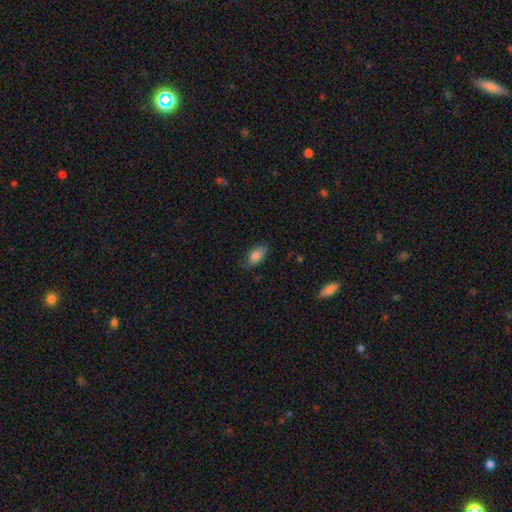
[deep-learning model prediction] This appears to be a smooth galaxy with no disk features (82%) that is in between round and cigar-shaped (90%). Merging: none (61%).